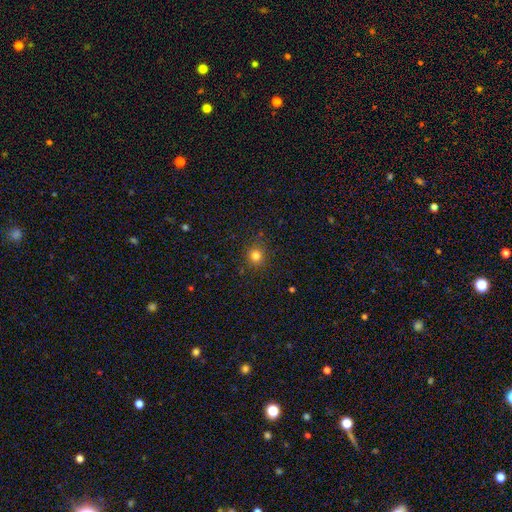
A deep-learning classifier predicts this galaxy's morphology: Q: Smooth or featured?
A: smooth (79%); runner-up: star or artifact (15%)
Q: How rounded?
A: round (87%); runner-up: in between (12%)
Q: Merging?
A: none (86%); runner-up: minor disturbance (9%)